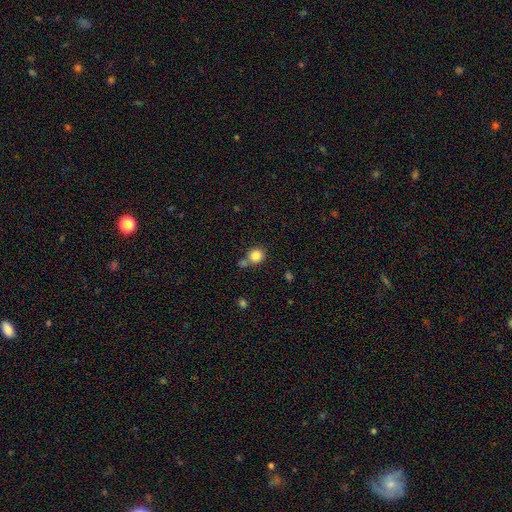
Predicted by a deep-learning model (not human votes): A smooth galaxy with no disk features (84%) that is round (85%). Merging: none (61%).